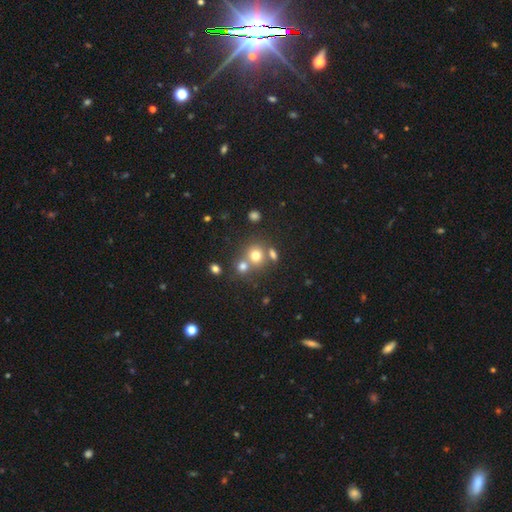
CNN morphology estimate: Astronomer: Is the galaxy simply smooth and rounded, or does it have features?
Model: smooth — 71%.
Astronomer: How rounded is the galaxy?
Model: round — 83%.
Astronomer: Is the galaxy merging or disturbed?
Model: none — 54% (runner-up: merger, 33%).